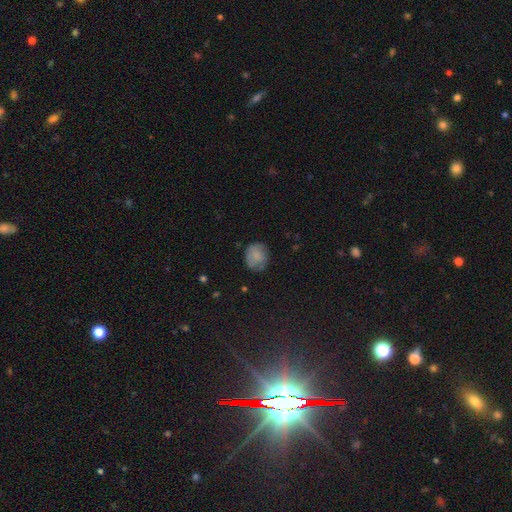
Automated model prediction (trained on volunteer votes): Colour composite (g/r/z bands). It shows a smooth galaxy with no disk features (72%) that is round (59%). Merging: none (66%).